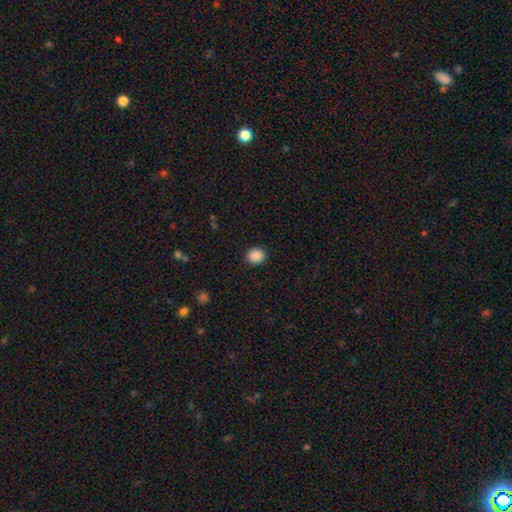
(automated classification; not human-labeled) This is clearly a smooth galaxy (88%). How rounded: likely round (74%). Merging: clearly none (90%).